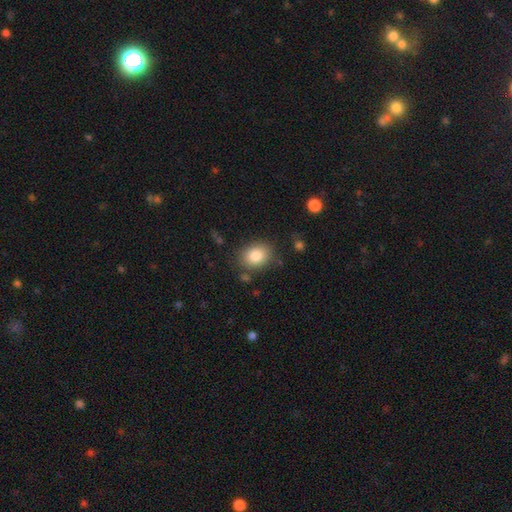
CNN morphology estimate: smooth_or_featured: smooth (p=0.84) [alt: star or artifact p=0.09]
how_rounded: in between (p=0.56) [alt: round p=0.43]
merging: none (p=0.81) [alt: minor disturbance p=0.12]